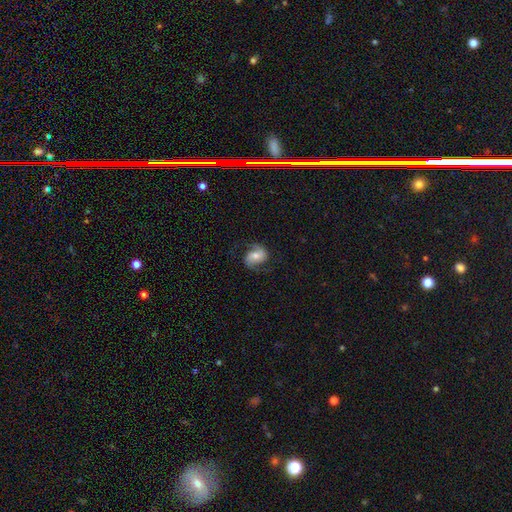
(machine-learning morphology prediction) Q: Smooth or featured?
A: featured or disk (75%); runner-up: smooth (17%)
Q: Edge-on disk?
A: no (98%); runner-up: yes (2%)
Q: Bar?
A: no (45%); runner-up: weak (38%)
Q: Spiral arms?
A: yes (95%); runner-up: no (5%)
Q: Spiral winding?
A: medium (46%); runner-up: loose (38%)
Q: Spiral arm count?
A: 2 (92%); runner-up: can't tell (3%)
Q: Bulge size?
A: moderate (59%); runner-up: small (29%)
Q: Merging?
A: none (76%); runner-up: minor disturbance (15%)